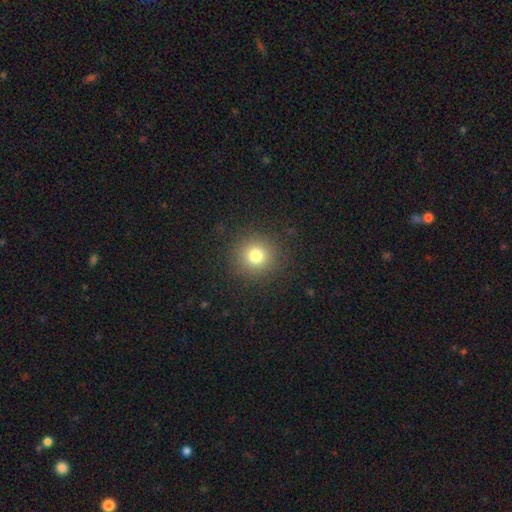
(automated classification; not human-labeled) A smooth galaxy with no disk features (78%) that is round (93%). Merging: none (89%).